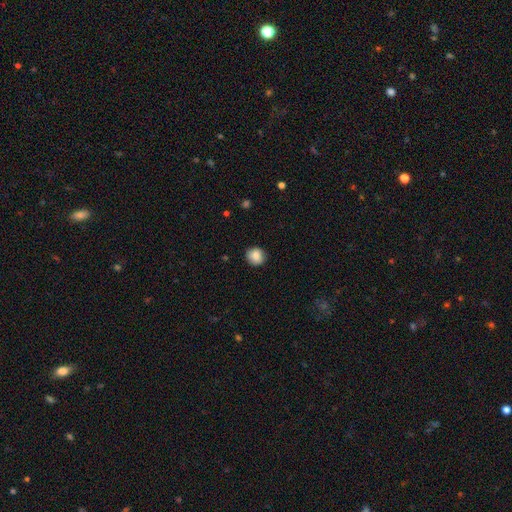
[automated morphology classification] smooth_or_featured: smooth (p=0.84) [alt: star or artifact p=0.08]
how_rounded: round (p=0.88) [alt: in between p=0.11]
merging: none (p=0.87) [alt: minor disturbance p=0.09]